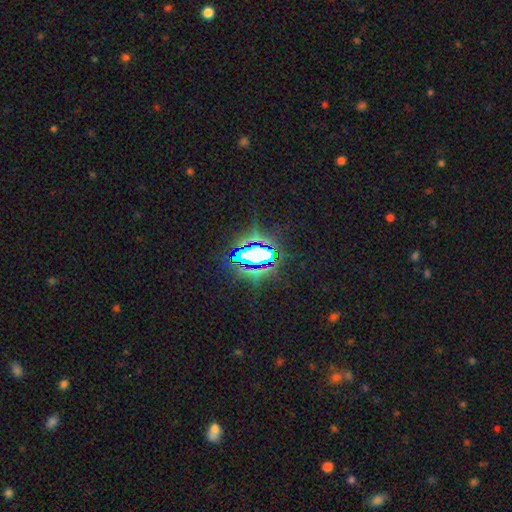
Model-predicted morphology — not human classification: This appears to be a star or artifact, not a galaxy (71%).